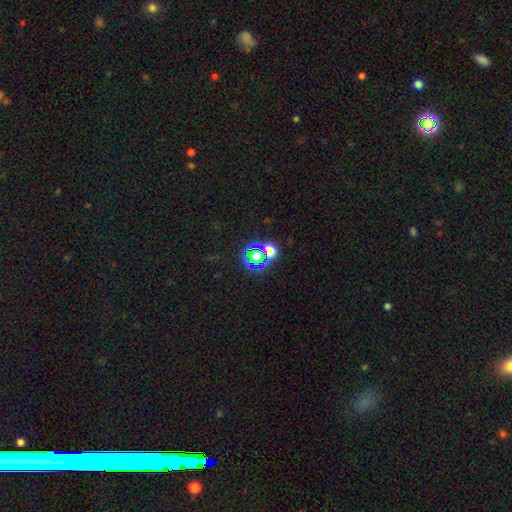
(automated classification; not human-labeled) Overall: star or artifact (55%; smooth 35%).